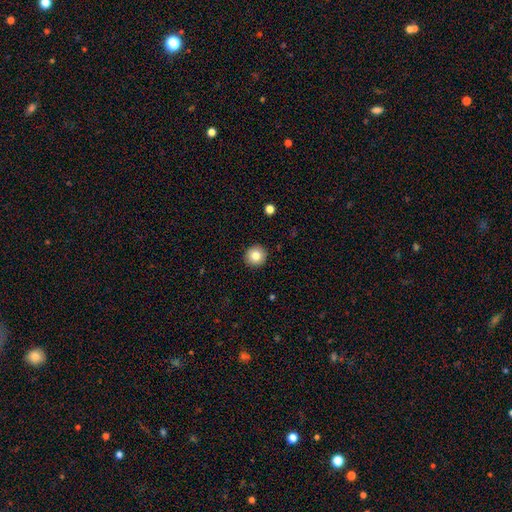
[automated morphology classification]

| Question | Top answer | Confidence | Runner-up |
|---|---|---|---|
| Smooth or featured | smooth | 82% | star or artifact (10%) |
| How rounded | round | 95% | in between (4%) |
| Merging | none | 93% | minor disturbance (5%) |